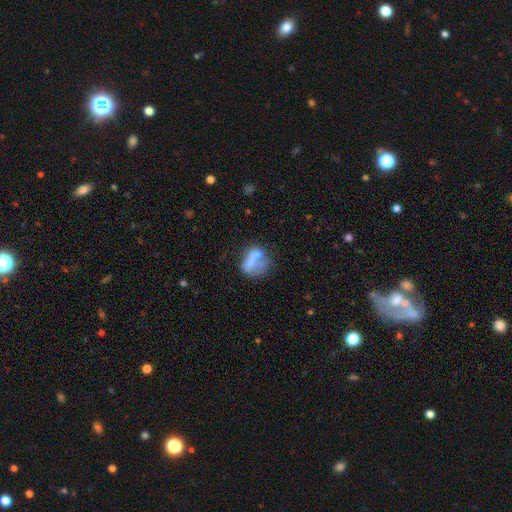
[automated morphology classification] Smooth or featured: smooth — 53% (featured or disk — 35%)
How rounded: in between — 50% (round — 46%)
Merging: none — 31% (tied with merger — 31%)